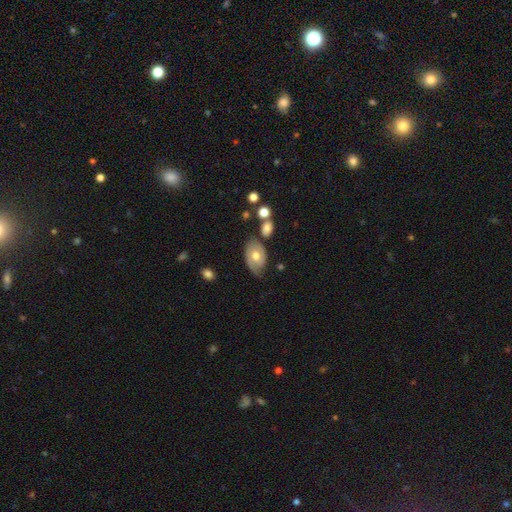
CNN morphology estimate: type=smooth (50%); merging=none (57%).